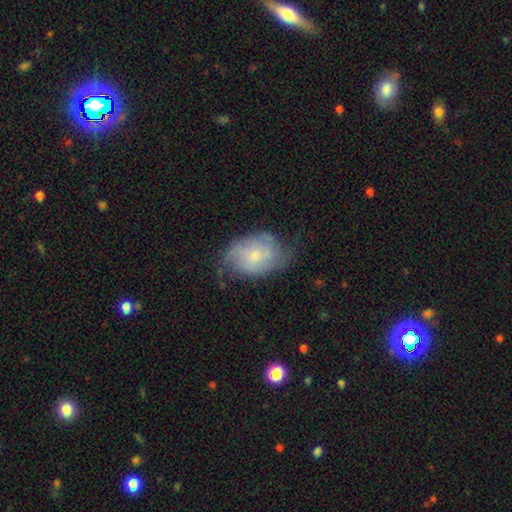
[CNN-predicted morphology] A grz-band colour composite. It shows a featured or disk galaxy (49%). Merging: none (52%).